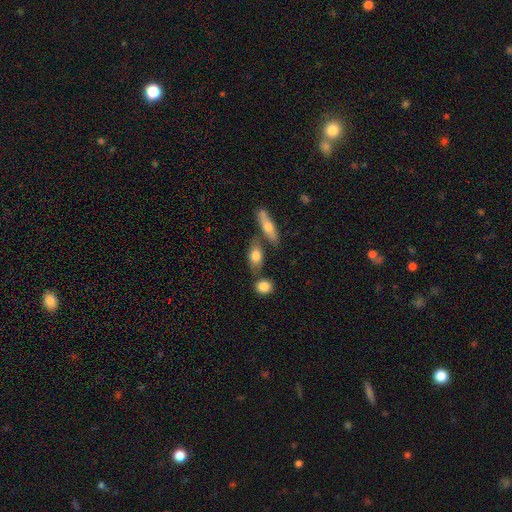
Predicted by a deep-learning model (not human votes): This appears to be a smooth galaxy with no disk features (74%) that is in between round and cigar-shaped (77%). Merging: none (62%).